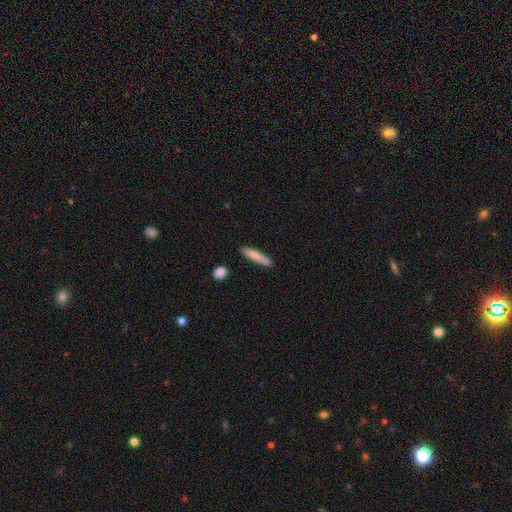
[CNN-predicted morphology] This appears to be a smooth galaxy with no disk features (79%) that is cigar-shaped (89%). Merging: none (84%).